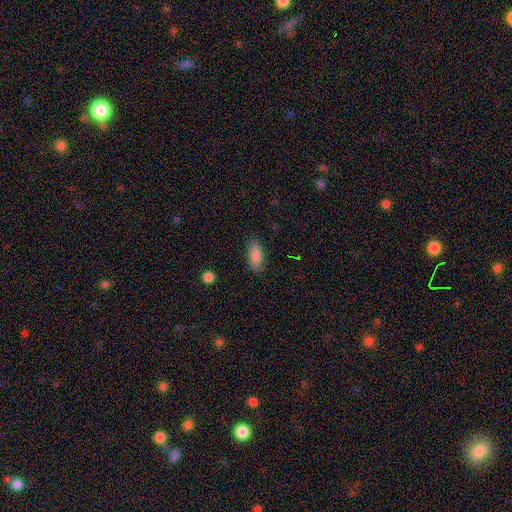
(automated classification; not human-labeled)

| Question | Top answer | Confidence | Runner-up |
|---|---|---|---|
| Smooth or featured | smooth | 87% | star or artifact (7%) |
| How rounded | in between | 79% | cigar-shaped (19%) |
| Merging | none | 85% | minor disturbance (11%) |